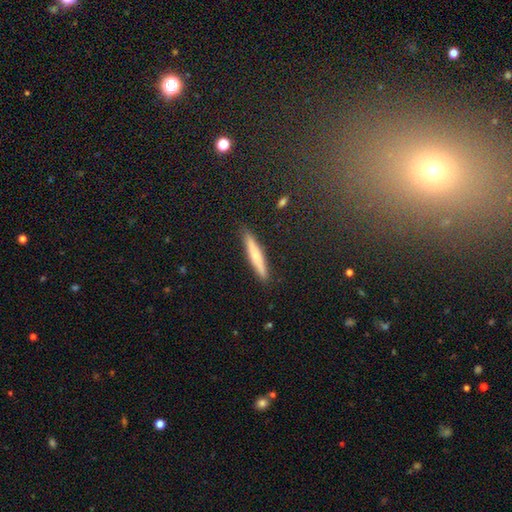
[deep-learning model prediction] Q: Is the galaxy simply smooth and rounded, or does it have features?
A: smooth — 55%.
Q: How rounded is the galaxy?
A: cigar-shaped — 93%.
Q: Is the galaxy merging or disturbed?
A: none — 90%.